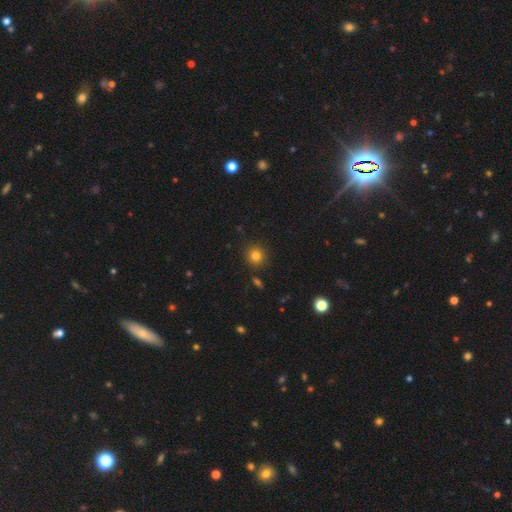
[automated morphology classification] A smooth galaxy with no disk features (80%) that is round (90%). Merging: none (89%).